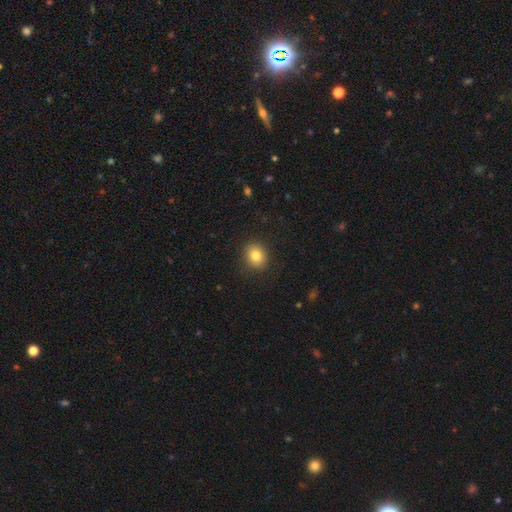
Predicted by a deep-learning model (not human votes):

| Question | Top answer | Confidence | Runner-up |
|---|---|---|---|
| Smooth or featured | smooth | 82% | star or artifact (10%) |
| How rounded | round | 65% | in between (34%) |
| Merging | none | 89% | minor disturbance (8%) |